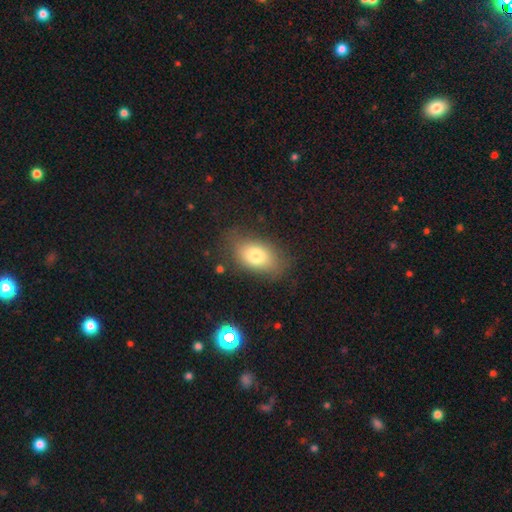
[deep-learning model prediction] smooth-or-featured: smooth: 77% | featured or disk: 14% | star or artifact: 9%
  how-rounded: in between: 86% | round: 12% | cigar-shaped: 2%
  merging: none: 73% | minor disturbance: 18% | major disturbance: 7% | merger: 2%